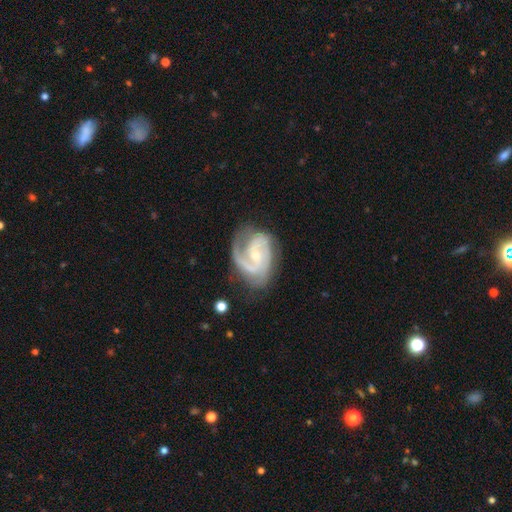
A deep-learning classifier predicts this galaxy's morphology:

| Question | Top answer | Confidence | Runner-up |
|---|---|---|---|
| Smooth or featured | featured or disk | 90% | smooth (6%) |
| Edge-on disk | no | 98% | yes (2%) |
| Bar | no | 48% | weak (39%) |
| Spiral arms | yes | 97% | no (3%) |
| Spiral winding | medium | 49% | tight (38%) |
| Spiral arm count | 2 | 67% | 3 (13%) |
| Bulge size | small | 58% | moderate (39%) |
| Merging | none | 61% | minor disturbance (23%) |